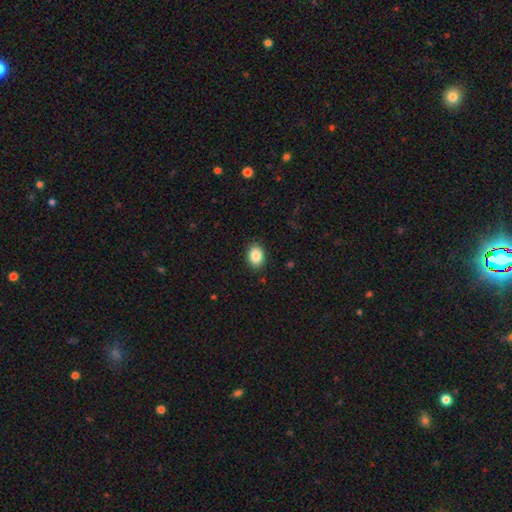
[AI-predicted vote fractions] smooth_or_featured: smooth (p=0.87) [alt: star or artifact p=0.08]
how_rounded: in between (p=0.67) [alt: round p=0.32]
merging: none (p=0.88) [alt: minor disturbance p=0.08]